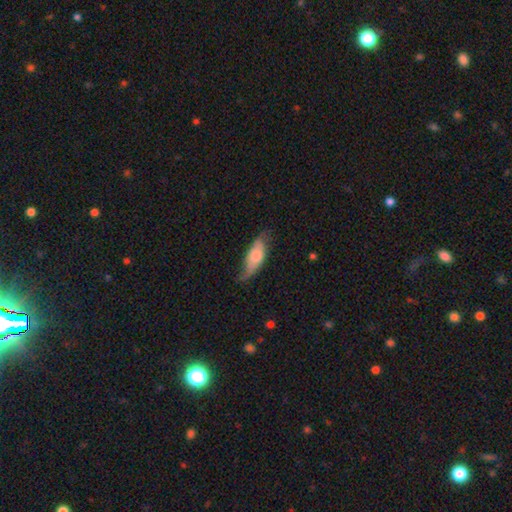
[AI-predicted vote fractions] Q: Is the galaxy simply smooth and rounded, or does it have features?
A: smooth — 62%.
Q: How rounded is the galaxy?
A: in between — 69%.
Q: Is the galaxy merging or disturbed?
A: none — 51%.